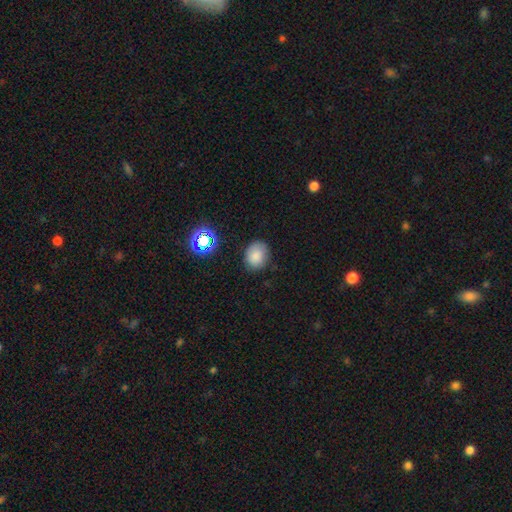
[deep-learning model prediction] The model was most divided on "how rounded": round: 50%, in between: 49%, cigar-shaped: 1%. More confident: smooth or featured — smooth (81%); merging — none (80%).